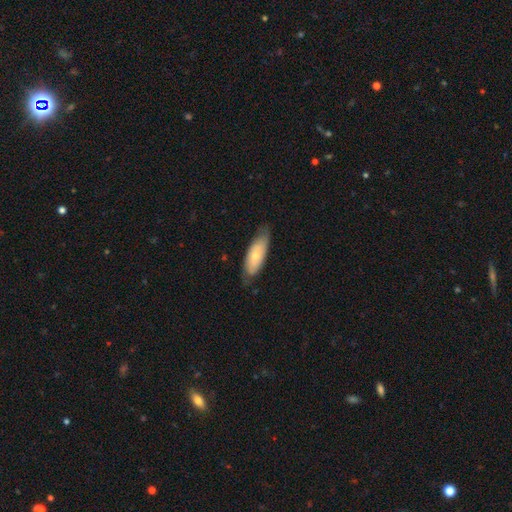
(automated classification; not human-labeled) A smooth galaxy with no disk features (60%) that is in between round and cigar-shaped (71%).

Vote fractions:
- Smooth or featured? smooth: 60% / featured or disk: 34% / star or artifact: 5%
- How rounded? in between: 71% / cigar-shaped: 27% / round: 2%
- Merging? none: 70% / minor disturbance: 24% / major disturbance: 5% / merger: 1%